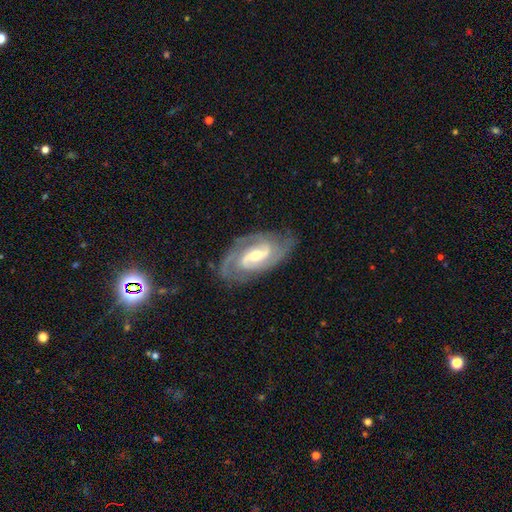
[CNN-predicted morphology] The model was most divided on "spiral winding": tight: 46%, medium: 45%, loose: 9%. Remaining: spiral arms — yes (97%); edge-on disk — no (95%); smooth or featured — featured or disk (90%); merging — none (79%); spiral arm count — 2 (64%); bulge size — moderate (58%); bar — weak (47%).